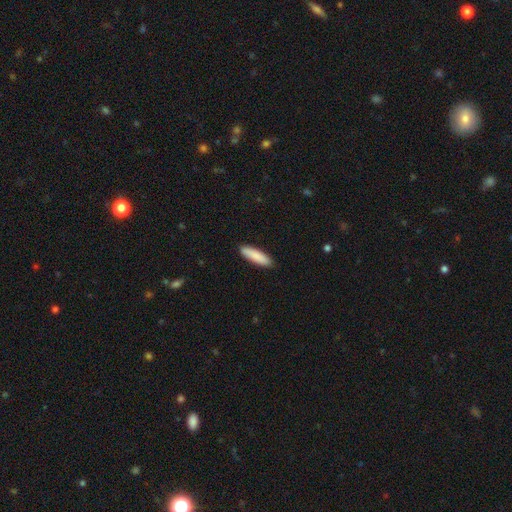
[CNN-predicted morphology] A smooth galaxy with no disk features (88%) that is cigar-shaped (68%).

Vote fractions:
- Smooth or featured? smooth: 88% / featured or disk: 6% / star or artifact: 5%
- How rounded? cigar-shaped: 68% / in between: 30% / round: 1%
- Merging? none: 90% / minor disturbance: 7% / major disturbance: 1% / merger: 1%